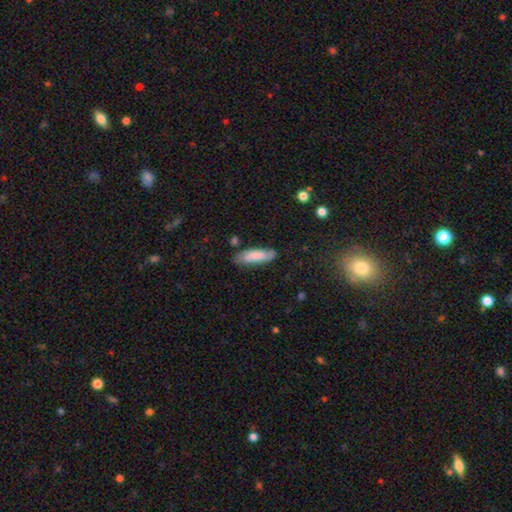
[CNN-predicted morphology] A smooth galaxy with no disk features (76%) that is in between round and cigar-shaped (53%). Merging: none (76%).